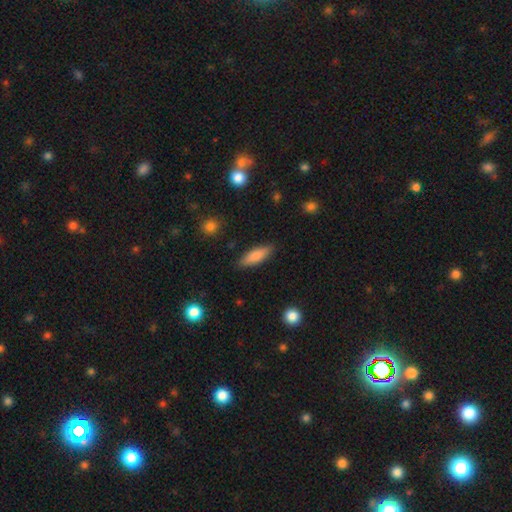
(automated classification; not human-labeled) A smooth galaxy with no disk features (80%) that is in between round and cigar-shaped (52%).

Vote fractions:
- Smooth or featured? smooth: 80% / featured or disk: 14% / star or artifact: 6%
- How rounded? in between: 52% / cigar-shaped: 46% / round: 2%
- Merging? none: 87% / minor disturbance: 10% / major disturbance: 2% / merger: 1%